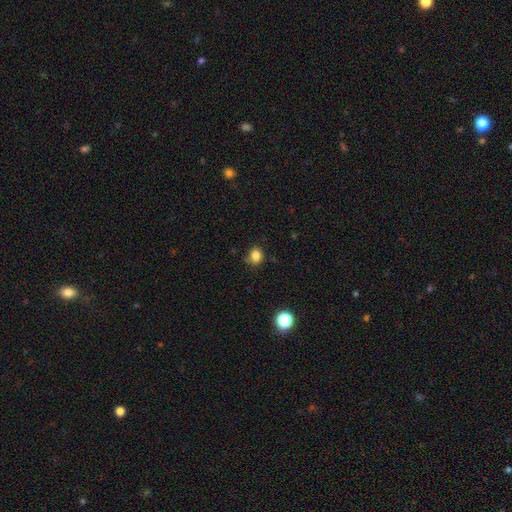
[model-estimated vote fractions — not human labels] smooth-or-featured: smooth: 83% | star or artifact: 12% | featured or disk: 5%
  how-rounded: round: 66% | in between: 34% | cigar-shaped: 1%
  merging: none: 77% | minor disturbance: 17% | major disturbance: 3% | merger: 3%